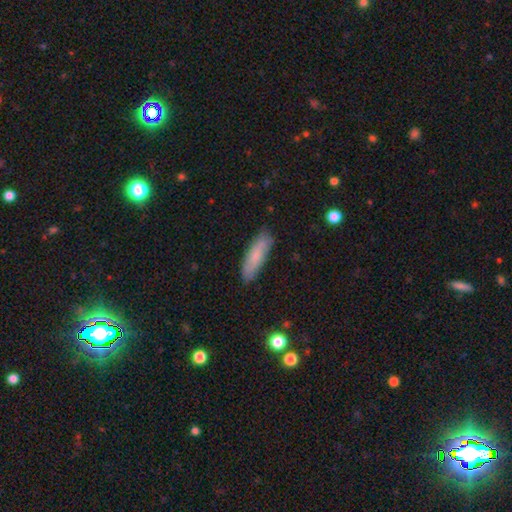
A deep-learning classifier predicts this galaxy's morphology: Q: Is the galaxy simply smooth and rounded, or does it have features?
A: smooth — 77%.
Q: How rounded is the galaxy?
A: cigar-shaped — 60%.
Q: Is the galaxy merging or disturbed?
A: none — 84%.